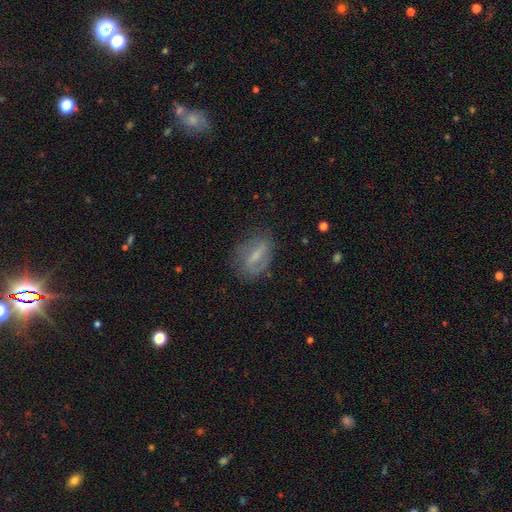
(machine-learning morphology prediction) Smooth or featured?
  - featured or disk: 50% *
  - smooth: 41%
  - star or artifact: 9%
Merging?
  - none: 67% *
  - minor disturbance: 21%
  - major disturbance: 10%
  - merger: 2%